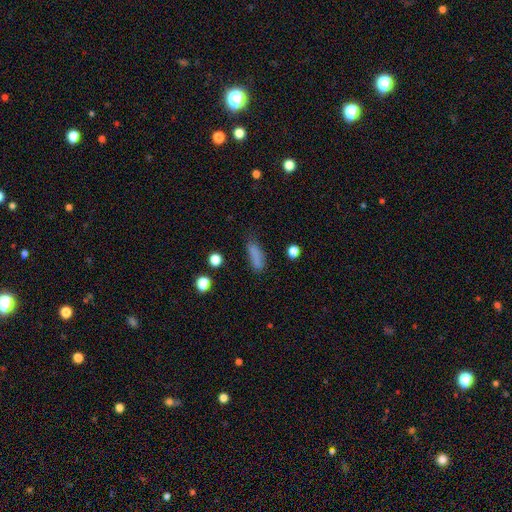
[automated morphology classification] smooth-or-featured: smooth: 79% | star or artifact: 12% | featured or disk: 9%
  how-rounded: in between: 48% (tied) | cigar-shaped: 48% (tied) | round: 4%
  merging: none: 63% | minor disturbance: 24% | major disturbance: 10% | merger: 4%